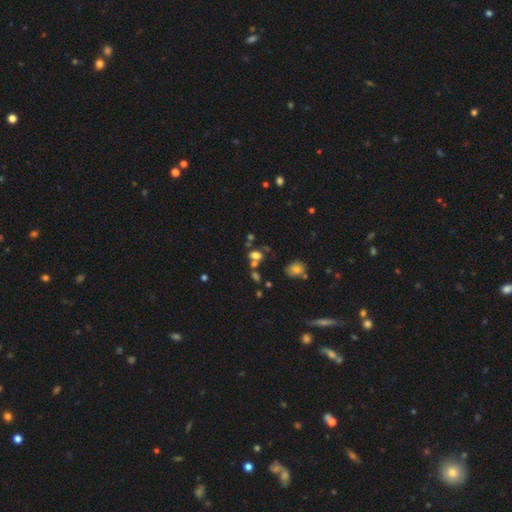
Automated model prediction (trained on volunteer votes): The model was most divided on "merging": none: 42%, merger: 37%, minor disturbance: 12%, major disturbance: 8%. More confident: how rounded — in between (69%); smooth or featured — smooth (64%).